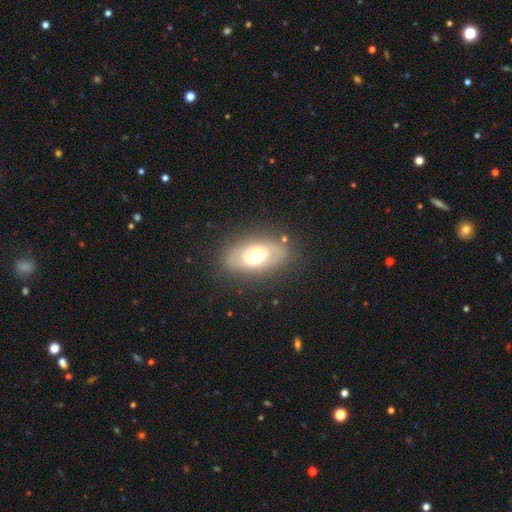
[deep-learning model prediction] featured or disk 47%, smooth 46%, star or artifact 8%. Down the decision tree: merging — none (78%).